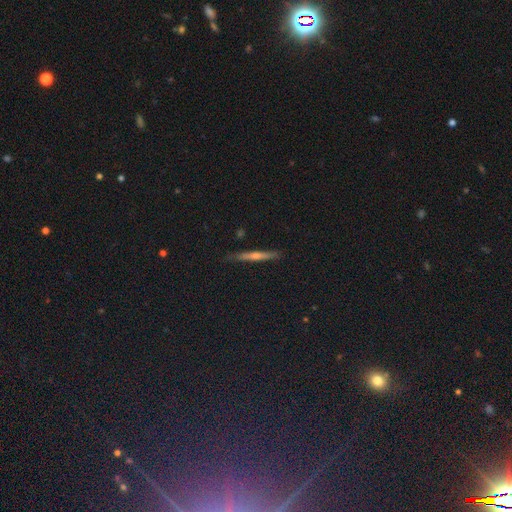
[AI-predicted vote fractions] Smooth or featured?
  - featured or disk: 59% *
  - smooth: 25%
  - star or artifact: 16%
Edge-on disk?
  - yes: 96% *
  - no: 4%
Edge-on bulge?
  - rounded: 70% *
  - none: 22%
  - boxy: 8%
Merging?
  - none: 90% *
  - minor disturbance: 8%
  - major disturbance: 2%
  - merger: 1%